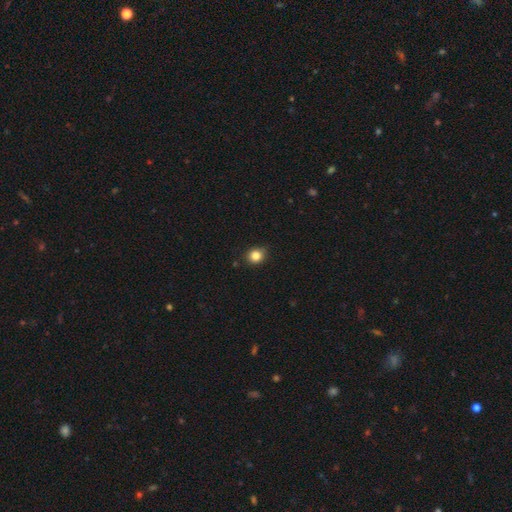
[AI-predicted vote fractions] This appears to be a smooth galaxy with no disk features (84%) that is round (78%). Merging: none (83%).